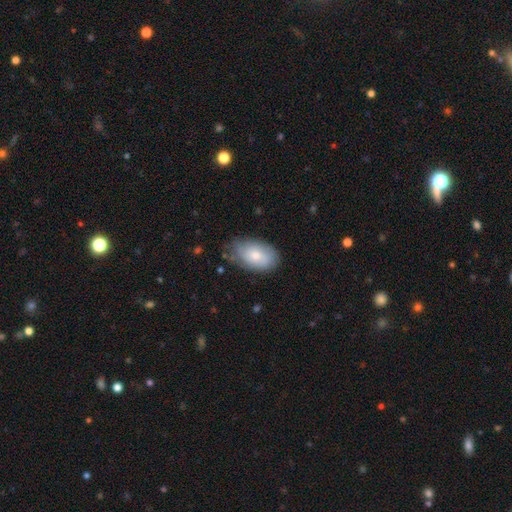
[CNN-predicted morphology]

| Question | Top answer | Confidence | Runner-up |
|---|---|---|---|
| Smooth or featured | smooth | 73% | featured or disk (21%) |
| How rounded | in between | 92% | round (6%) |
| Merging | none | 72% | minor disturbance (22%) |